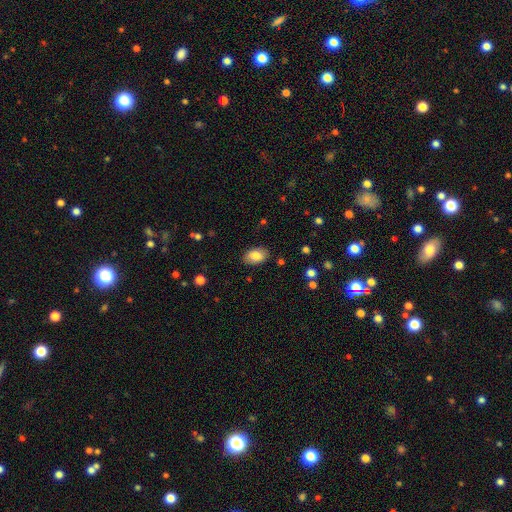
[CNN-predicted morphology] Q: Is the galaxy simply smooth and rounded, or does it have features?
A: smooth — 83%.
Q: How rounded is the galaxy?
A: in between — 89%.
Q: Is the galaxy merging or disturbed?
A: none — 86%.